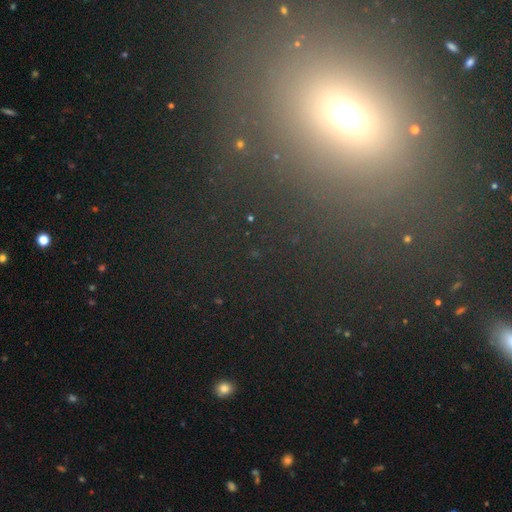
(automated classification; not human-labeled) smooth_or_featured: star or artifact (p=0.47) [alt: smooth p=0.38]